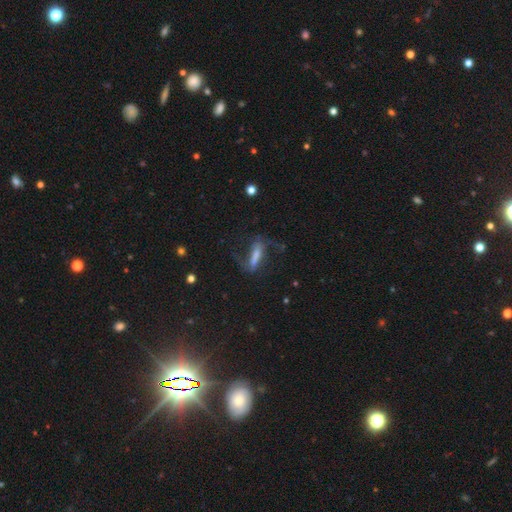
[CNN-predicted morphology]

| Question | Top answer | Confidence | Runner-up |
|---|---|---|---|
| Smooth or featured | featured or disk | 58% | smooth (27%) |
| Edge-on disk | no | 73% | yes (27%) |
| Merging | none | 54% | major disturbance (25%) |